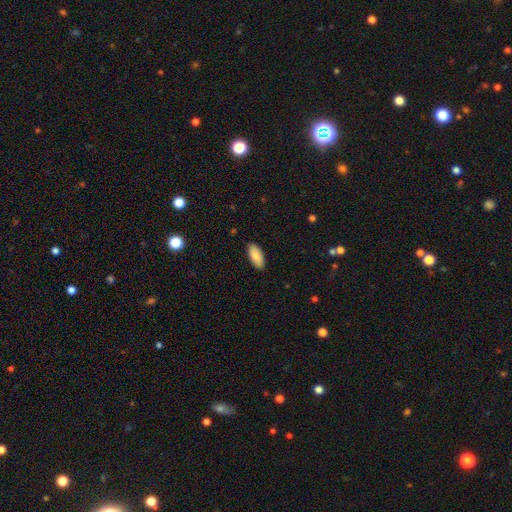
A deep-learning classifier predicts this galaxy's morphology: Smooth or featured?
  - smooth: 87% *
  - featured or disk: 6%
  - star or artifact: 6%
How rounded?
  - in between: 90% *
  - cigar-shaped: 9%
  - round: 2%
Merging?
  - none: 89% *
  - minor disturbance: 8%
  - major disturbance: 2%
  - merger: 1%